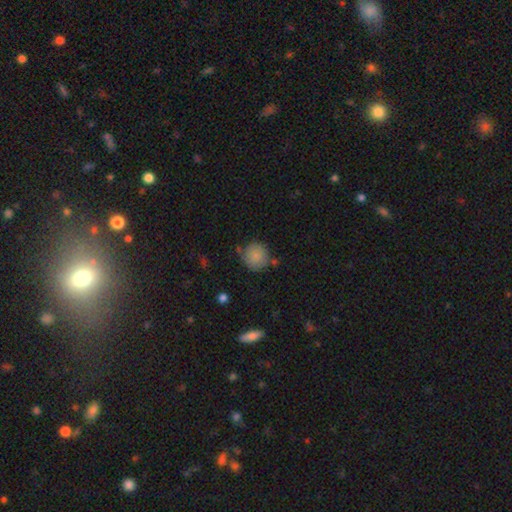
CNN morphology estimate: This appears to be a smooth galaxy with no disk features (84%) that is round (91%). Merging: none (72%).